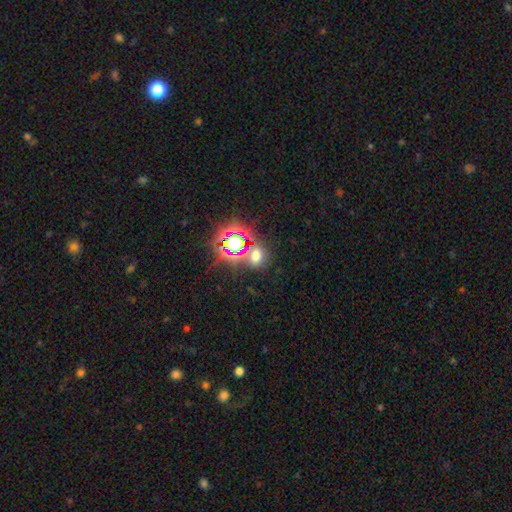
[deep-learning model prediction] A star or artifact, not a galaxy (46%).